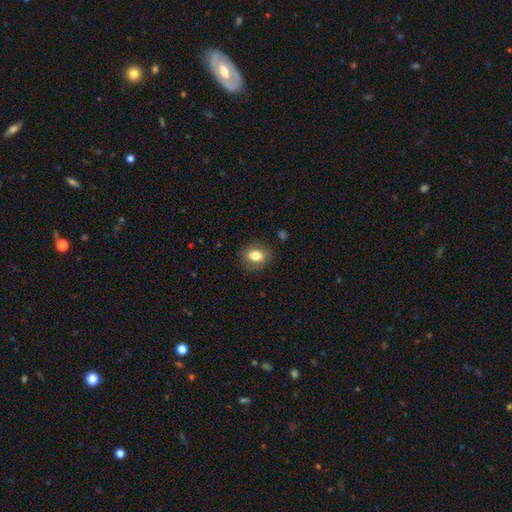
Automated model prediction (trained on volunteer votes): Smooth or featured? Predicted: smooth (p=0.78). How rounded? Predicted: in between (p=0.50). Merging? Predicted: none (p=0.84).